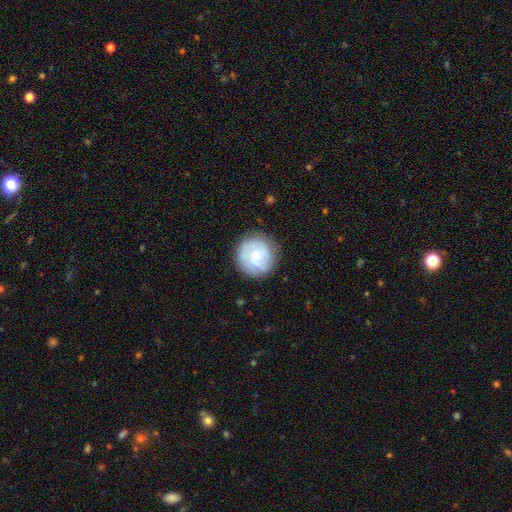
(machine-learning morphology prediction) The model was most divided on "smooth or featured": featured or disk: 50%, smooth: 43%, star or artifact: 7%. More confident: edge-on disk — no (98%); merging — none (82%).